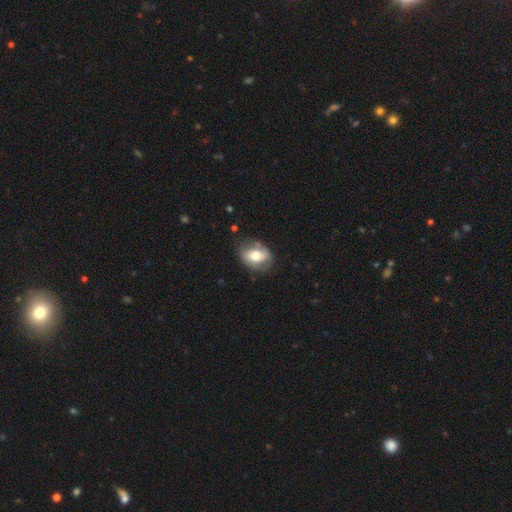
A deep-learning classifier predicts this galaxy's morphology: Smooth or featured?
  - smooth: 59% *
  - featured or disk: 34%
  - star or artifact: 7%
How rounded?
  - in between: 69% *
  - round: 30%
  - cigar-shaped: 1%
Merging?
  - none: 72% *
  - minor disturbance: 19%
  - major disturbance: 6%
  - merger: 2%